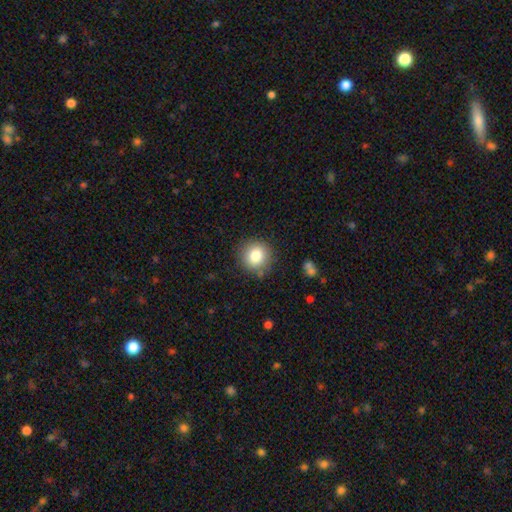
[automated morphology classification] smooth 82%, star or artifact 10%, featured or disk 8%. Down the decision tree: how rounded — round (91%); merging — none (86%).